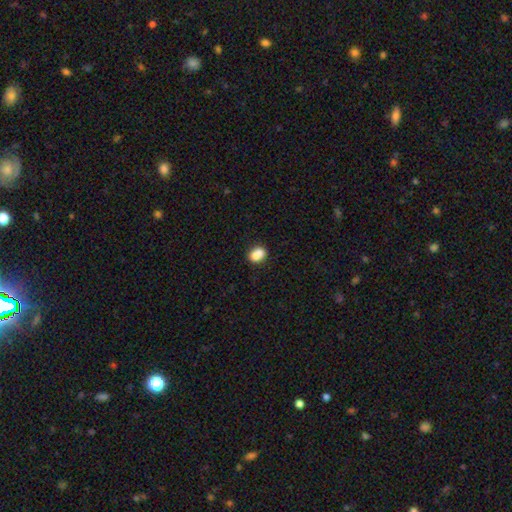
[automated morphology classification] A smooth galaxy with no disk features (81%) that is in between round and cigar-shaped (65%).

Vote fractions:
- Smooth or featured? smooth: 81% / star or artifact: 9% / featured or disk: 9%
- How rounded? in between: 65% / round: 33% / cigar-shaped: 2%
- Merging? none: 57% / merger: 24% / minor disturbance: 15% / major disturbance: 4%